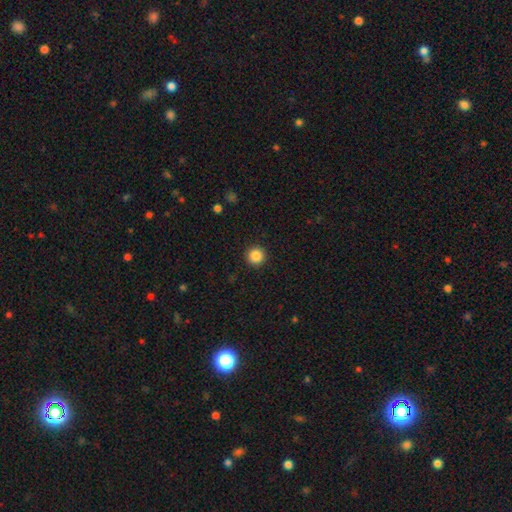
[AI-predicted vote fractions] Smooth or featured? smooth (87%)
How rounded? round (96%)
Merging? none (93%)